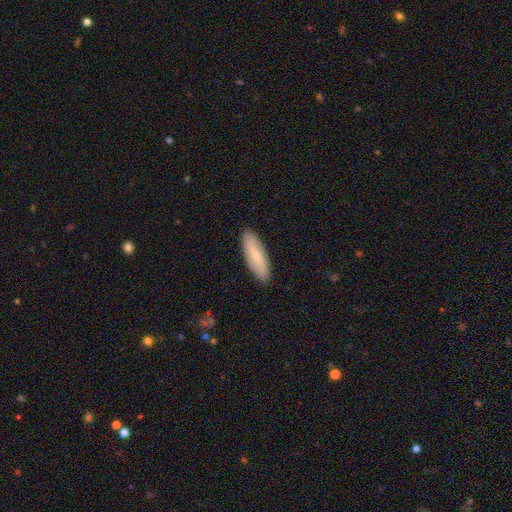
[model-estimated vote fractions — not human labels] Smooth or featured: smooth — 66% (featured or disk — 28%)
How rounded: in between — 53% (cigar-shaped — 44%)
Merging: none — 89% (minor disturbance — 8%)